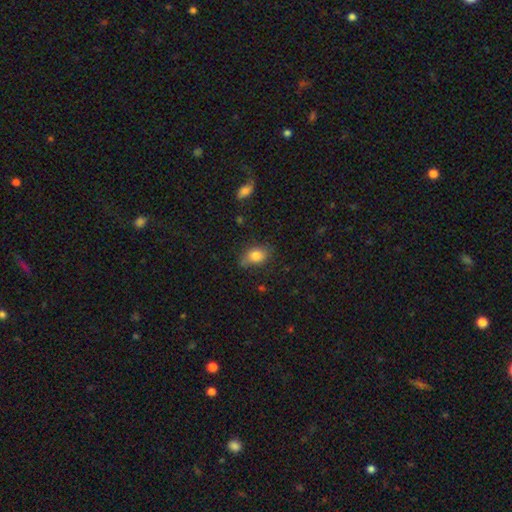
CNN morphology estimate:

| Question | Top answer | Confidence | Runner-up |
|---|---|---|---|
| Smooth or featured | smooth | 81% | featured or disk (10%) |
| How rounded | in between | 78% | round (20%) |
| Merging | none | 65% | minor disturbance (26%) |